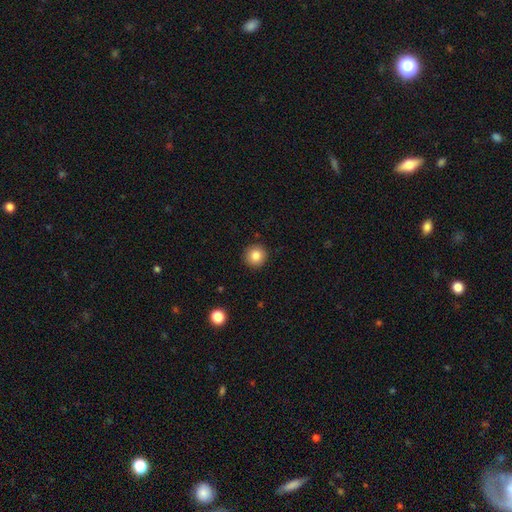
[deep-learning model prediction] This is clearly a smooth galaxy (84%). How rounded: clearly round (95%). Merging: clearly none (92%).